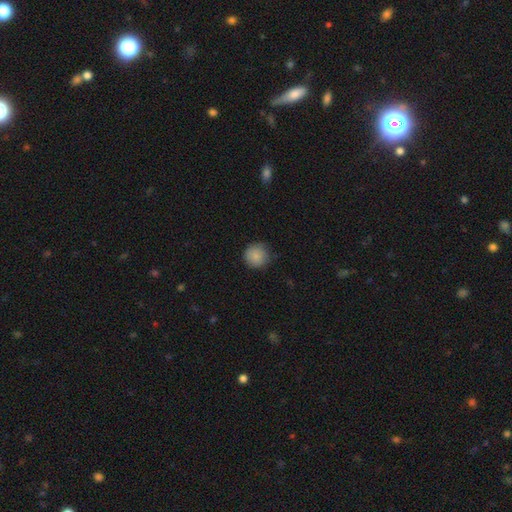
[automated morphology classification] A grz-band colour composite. It shows a smooth galaxy with no disk features (87%) that is round (95%). Merging: none (87%).